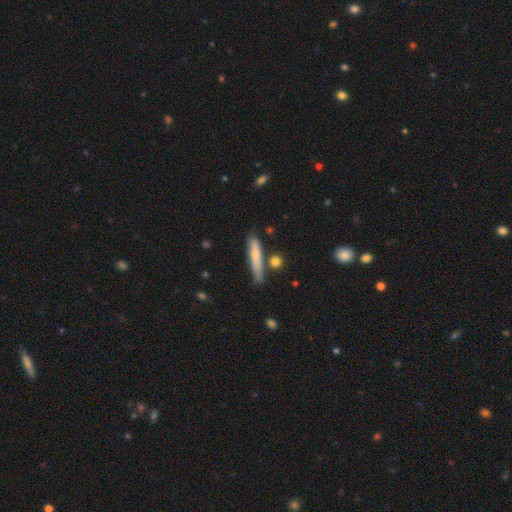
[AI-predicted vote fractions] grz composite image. It shows a smooth galaxy with no disk features (65%) that is cigar-shaped (89%). Merging: none (73%).